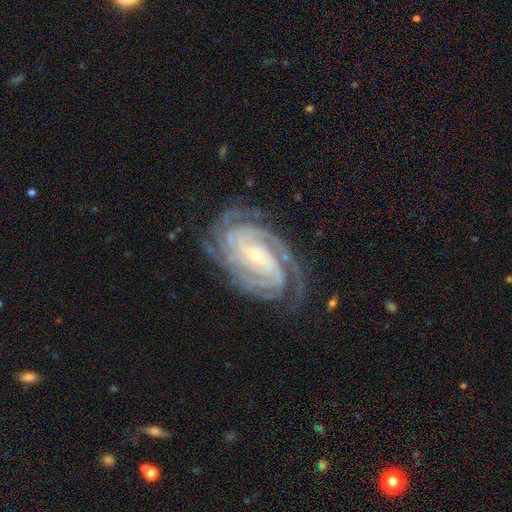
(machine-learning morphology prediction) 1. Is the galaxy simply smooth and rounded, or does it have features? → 92% featured or disk, 5% star or artifact, 3% smooth.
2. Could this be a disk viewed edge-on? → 97% no, 3% yes.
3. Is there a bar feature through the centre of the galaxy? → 39% no, 35% weak, 26% strong.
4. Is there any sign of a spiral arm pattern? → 99% yes, 1% no.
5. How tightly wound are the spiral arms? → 79% tight, 19% medium, 2% loose.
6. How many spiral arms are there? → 32% 4, 21% 3, 14% can't tell, 14% 2, 12% more than 4, 7% 1.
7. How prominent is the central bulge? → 75% small, 22% moderate, 1% large, 1% none, 1% dominant.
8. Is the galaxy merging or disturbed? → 78% none, 15% minor disturbance, 5% major disturbance, 1% merger.